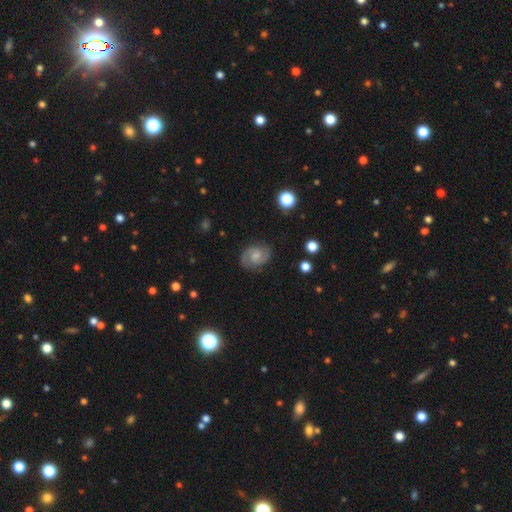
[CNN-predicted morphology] A featured or disk galaxy (78%) with no bar (47%), 2 (91%) medium (51%) spiral arms (96%) and a small central bulge (39%). Merging: none (83%).